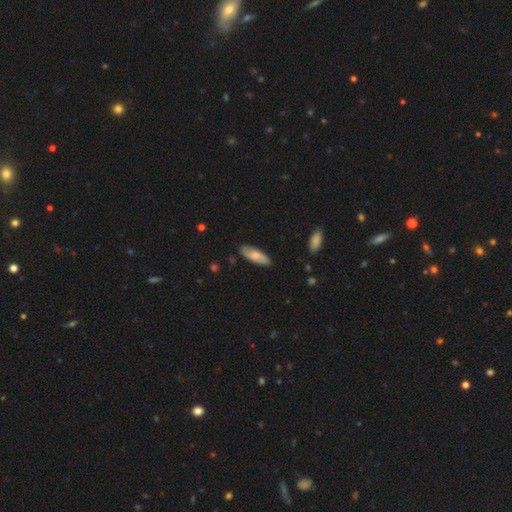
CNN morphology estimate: smooth-or-featured: smooth: 62% | featured or disk: 32% | star or artifact: 6%
  how-rounded: in between: 71% | cigar-shaped: 27% | round: 2%
  merging: none: 84% | minor disturbance: 13% | major disturbance: 2% | merger: 1%